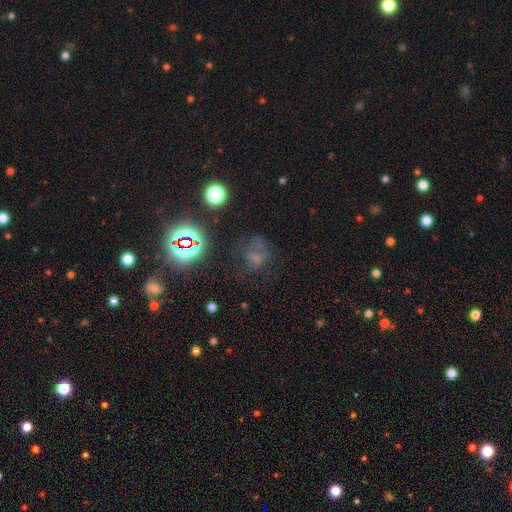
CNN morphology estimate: A smooth galaxy with no disk features (40%, tied with star or artifact). Merging: none (50%).